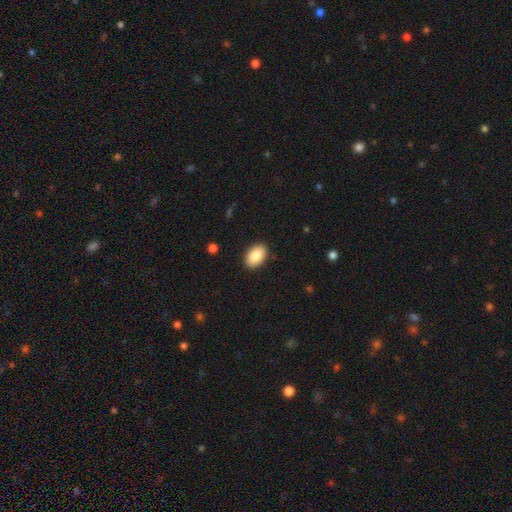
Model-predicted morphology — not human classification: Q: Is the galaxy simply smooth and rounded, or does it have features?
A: smooth — 87%.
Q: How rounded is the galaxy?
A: in between — 91%.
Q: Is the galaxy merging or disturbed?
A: none — 89%.